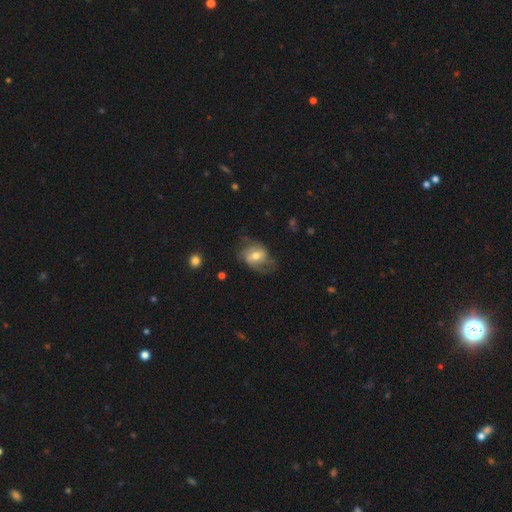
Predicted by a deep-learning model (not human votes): Smooth or featured: featured or disk — 60% (smooth — 33%)
Edge-on disk: no — 96% (yes — 4%)
Bar: no — 43% (weak — 40%)
Spiral arms: yes — 78% (no — 22%)
Bulge size: moderate — 70% (small — 21%)
Merging: none — 52% (minor disturbance — 27%)